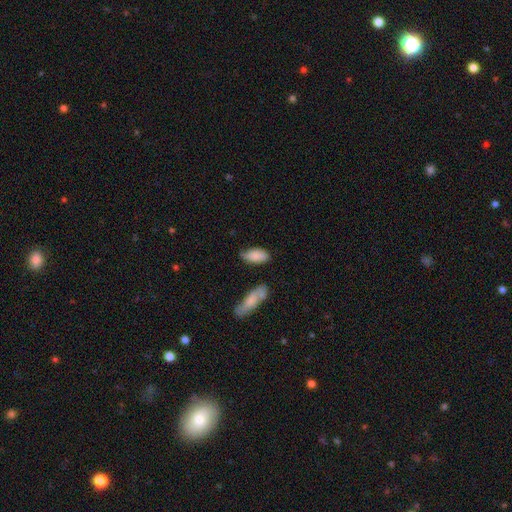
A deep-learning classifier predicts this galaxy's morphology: This appears to be a smooth galaxy with no disk features (81%) that is in between round and cigar-shaped (90%). Merging: none (57%).